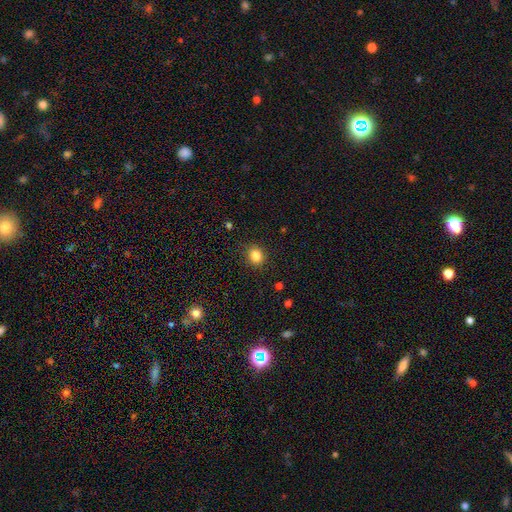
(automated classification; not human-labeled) smooth 84%, star or artifact 11%, featured or disk 5%. Down the decision tree: how rounded — round (75%); merging — none (88%).